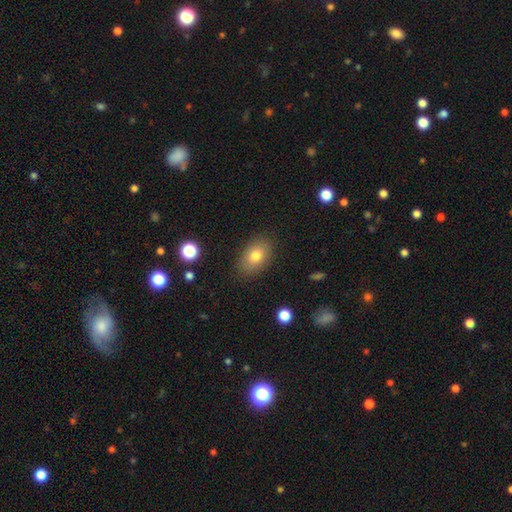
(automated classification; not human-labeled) Q: Smooth or featured?
A: smooth (78%); runner-up: featured or disk (13%)
Q: How rounded?
A: in between (84%); runner-up: round (14%)
Q: Merging?
A: none (84%); runner-up: minor disturbance (12%)